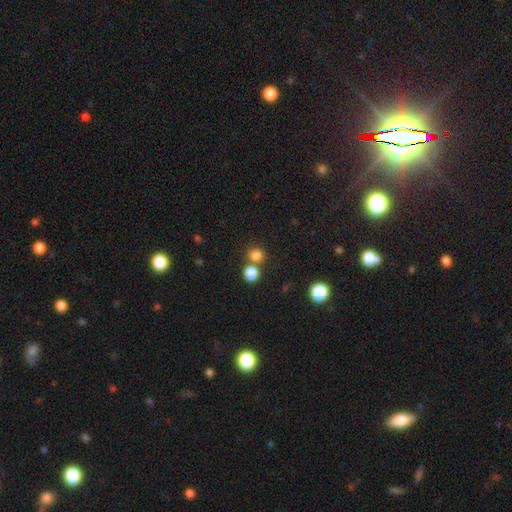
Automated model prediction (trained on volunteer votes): Overall: smooth (80%). How rounded: round (85%). Merging: none (63%; merger 26%).